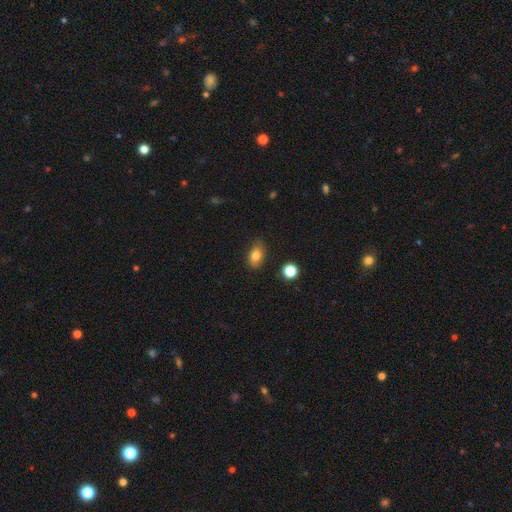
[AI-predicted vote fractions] smooth_or_featured: smooth (p=0.81) [alt: star or artifact p=0.09]
how_rounded: in between (p=0.84) [alt: round p=0.13]
merging: none (p=0.81) [alt: minor disturbance p=0.14]